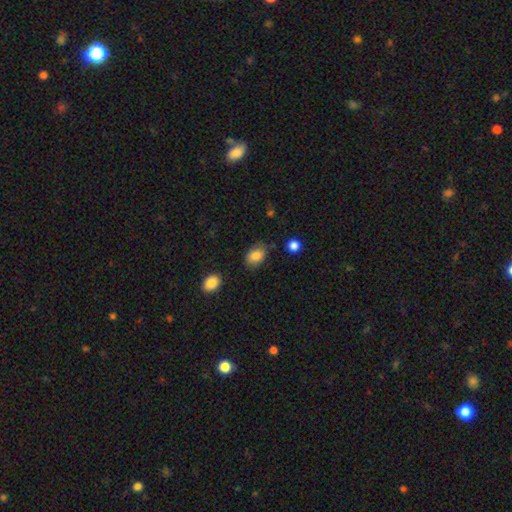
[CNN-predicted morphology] smooth_or_featured: smooth (p=0.84) [alt: star or artifact p=0.08]
how_rounded: in between (p=0.82) [alt: round p=0.16]
merging: none (p=0.74) [alt: minor disturbance p=0.19]